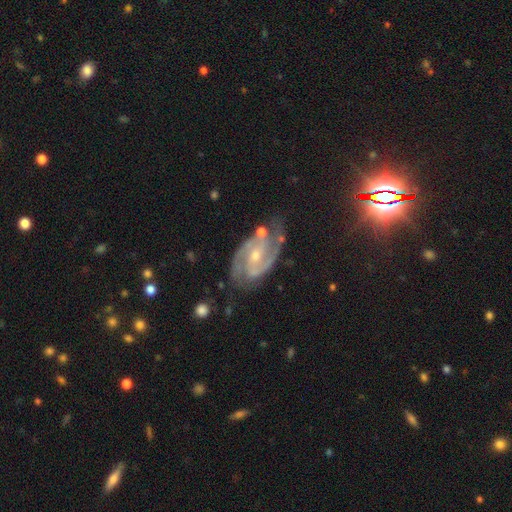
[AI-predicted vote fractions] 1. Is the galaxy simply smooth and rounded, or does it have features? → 89% featured or disk, 7% star or artifact, 4% smooth.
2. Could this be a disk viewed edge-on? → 97% no, 3% yes.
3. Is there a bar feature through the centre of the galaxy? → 45% weak, 36% no, 19% strong.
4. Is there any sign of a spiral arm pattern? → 98% yes, 2% no.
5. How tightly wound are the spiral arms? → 50% medium, 40% tight, 9% loose.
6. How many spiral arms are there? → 86% 2, 5% 3, 4% can't tell, 2% 1, 2% 4, 1% more than 4.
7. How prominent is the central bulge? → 56% small, 41% moderate, 2% none, 1% large, 1% dominant.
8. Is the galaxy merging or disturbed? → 70% none, 19% minor disturbance, 6% major disturbance, 4% merger.